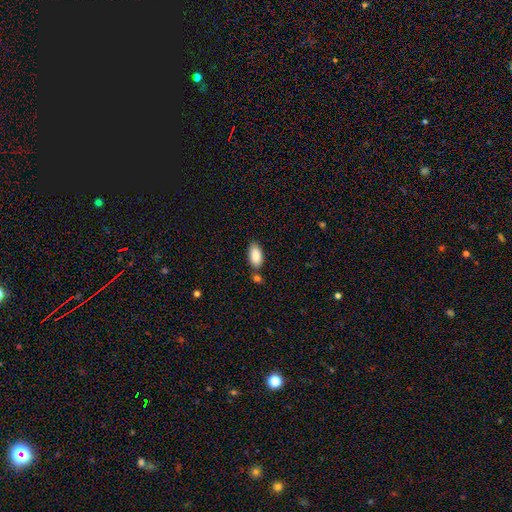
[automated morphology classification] This appears to be a smooth galaxy with no disk features (88%) that is in between round and cigar-shaped (92%). Merging: none (69%).